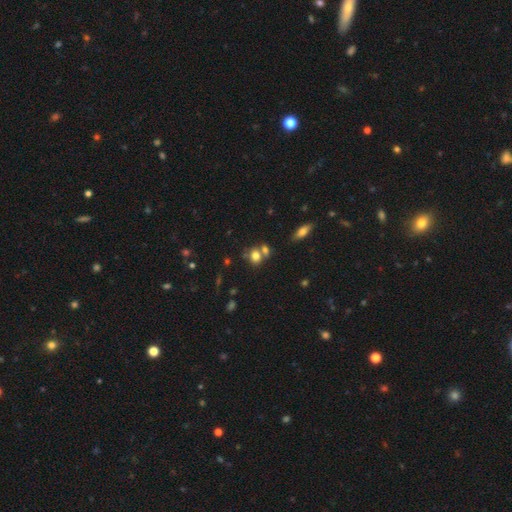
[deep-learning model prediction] This appears to be a smooth galaxy with no disk features (75%) that is round (65%). Merging: none (50%).